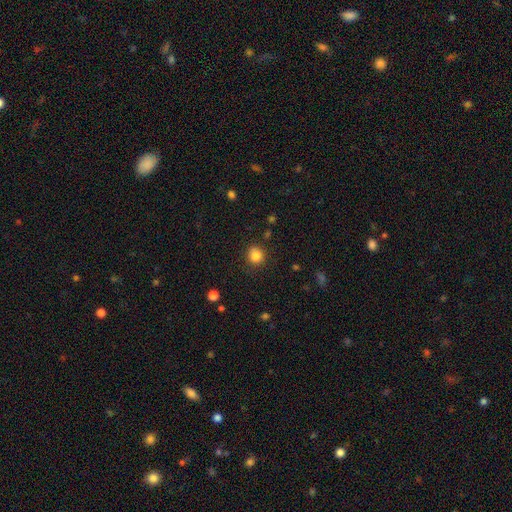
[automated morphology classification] The model was most divided on "how rounded": round: 86%, in between: 13%, cigar-shaped: 1%. More confident: merging — none (85%); smooth or featured — smooth (84%).